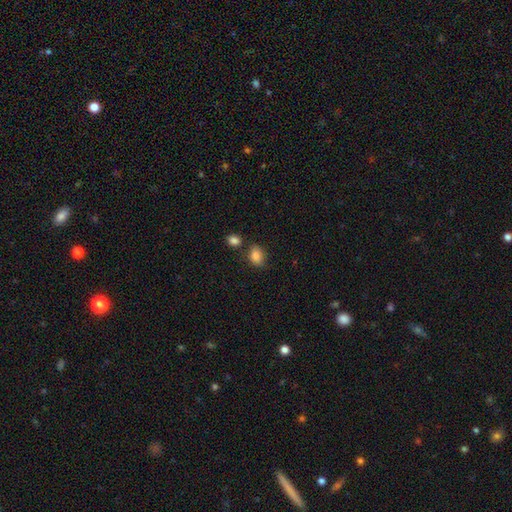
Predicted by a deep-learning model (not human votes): A smooth galaxy with no disk features (85%) that is in between round and cigar-shaped (71%).

Vote fractions:
- Smooth or featured? smooth: 85% / star or artifact: 9% / featured or disk: 5%
- How rounded? in between: 71% / round: 28% / cigar-shaped: 1%
- Merging? none: 66% / minor disturbance: 17% / merger: 12% / major disturbance: 5%